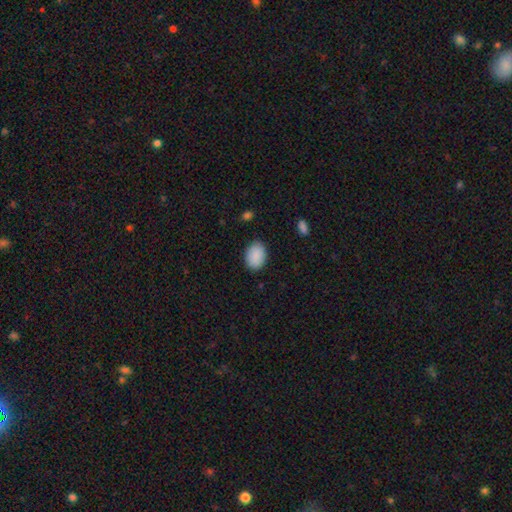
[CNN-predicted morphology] Smooth or featured: smooth — 90% (star or artifact — 7%)
How rounded: in between — 81% (round — 18%)
Merging: none — 87% (minor disturbance — 10%)